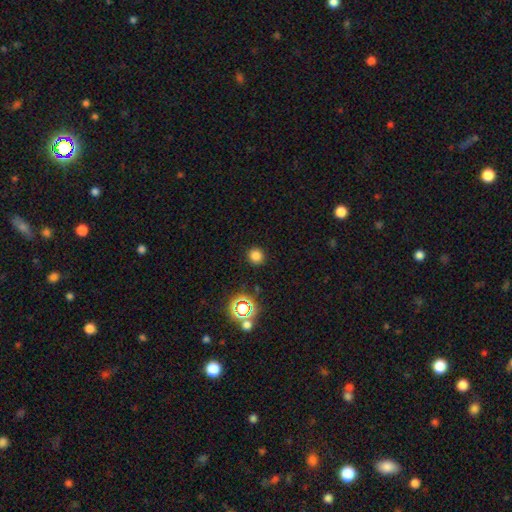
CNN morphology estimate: Overall: smooth (79%). How rounded: round (91%). Merging: none (90%).